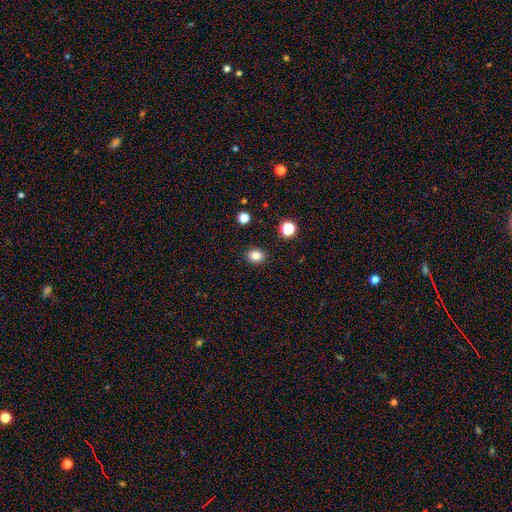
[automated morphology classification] smooth_or_featured: smooth (p=0.83) [alt: star or artifact p=0.12]
how_rounded: round (p=0.55) [alt: in between p=0.44]
merging: none (p=0.89) [alt: minor disturbance p=0.07]